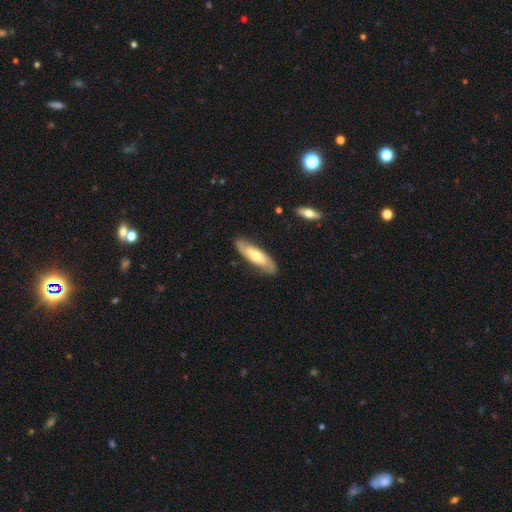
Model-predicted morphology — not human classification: Overall: featured or disk (57%; smooth 38%). Edge-on disk: no (74%). Merging: none (84%).